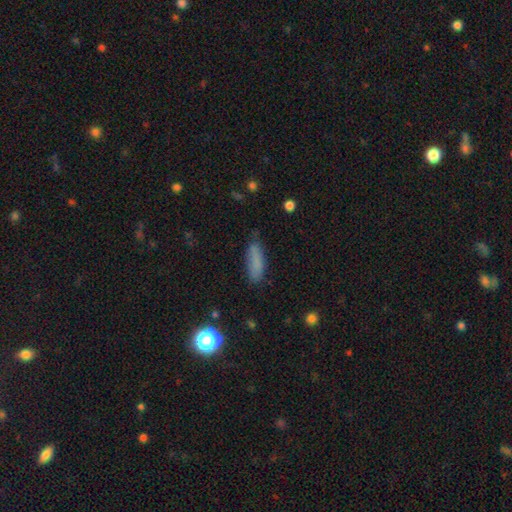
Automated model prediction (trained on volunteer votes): This is likely a smooth galaxy (78%). How rounded: possibly cigar-shaped (56%). Merging: likely none (73%).